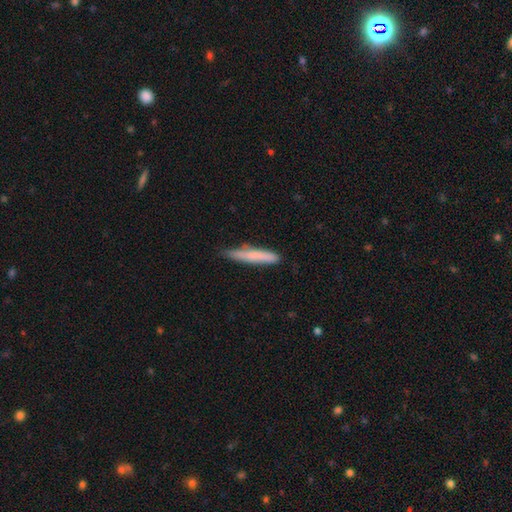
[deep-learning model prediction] Smooth or featured? smooth (73%)
How rounded? cigar-shaped (93%)
Merging? none (74%)